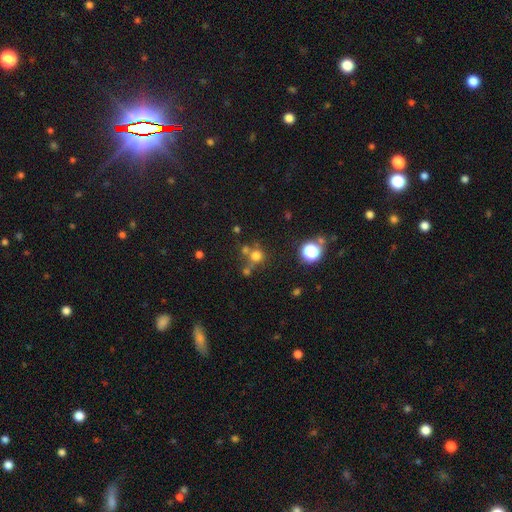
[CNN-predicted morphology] This is likely a smooth galaxy (66%). How rounded: clearly round (90%). Merging: possibly none (58%).